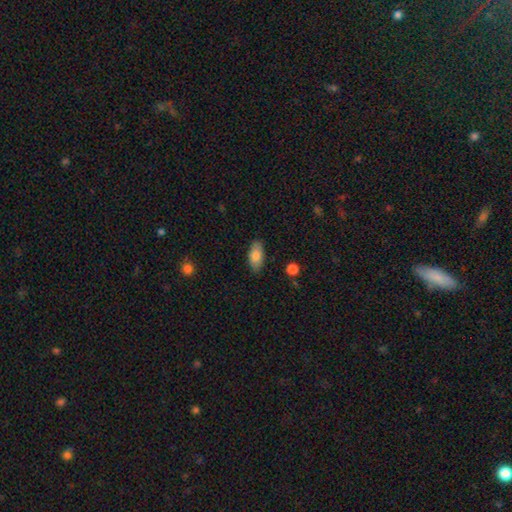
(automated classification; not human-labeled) smooth_or_featured: smooth (p=0.80) [alt: featured or disk p=0.13]
how_rounded: in between (p=0.91) [alt: cigar-shaped p=0.06]
merging: none (p=0.84) [alt: minor disturbance p=0.12]